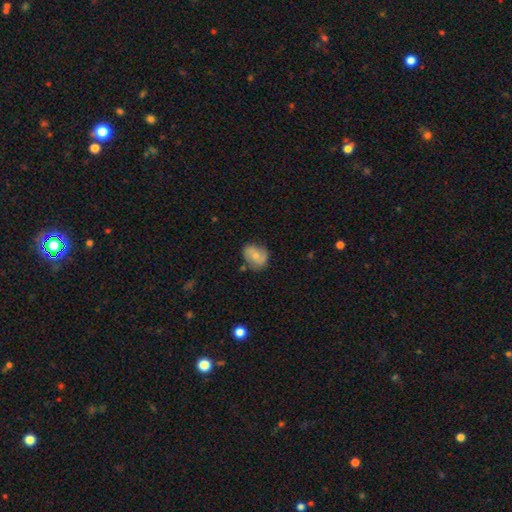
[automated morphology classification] Smooth or featured?
  - smooth: 52% *
  - featured or disk: 41%
  - star or artifact: 8%
How rounded?
  - in between: 54% *
  - round: 45%
  - cigar-shaped: 1%
Merging?
  - none: 68% *
  - minor disturbance: 23%
  - major disturbance: 6%
  - merger: 3%